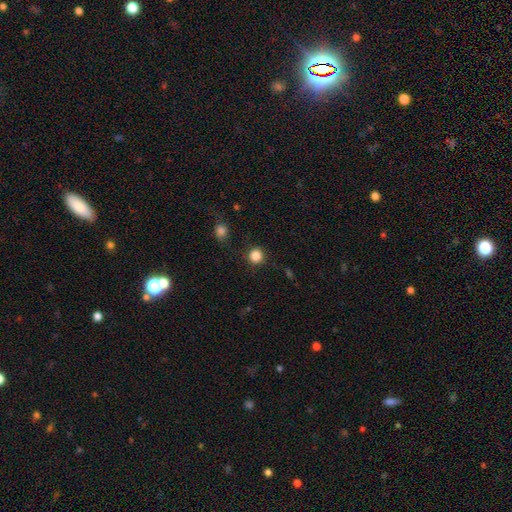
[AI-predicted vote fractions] Overall: smooth (84%). How rounded: round (94%). Merging: none (88%).